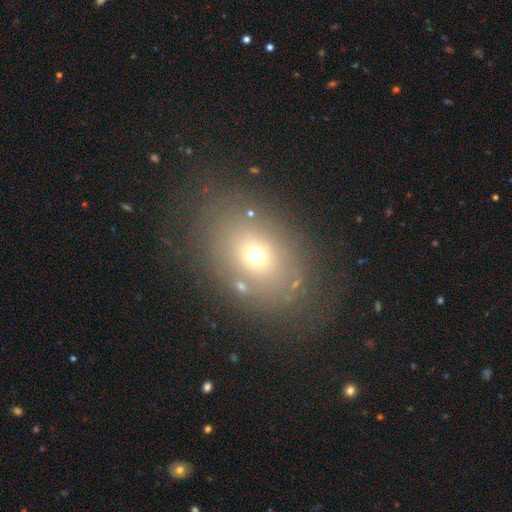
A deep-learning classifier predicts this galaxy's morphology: Smooth or featured? smooth (64%)
How rounded? in between (68%)
Merging? none (78%)